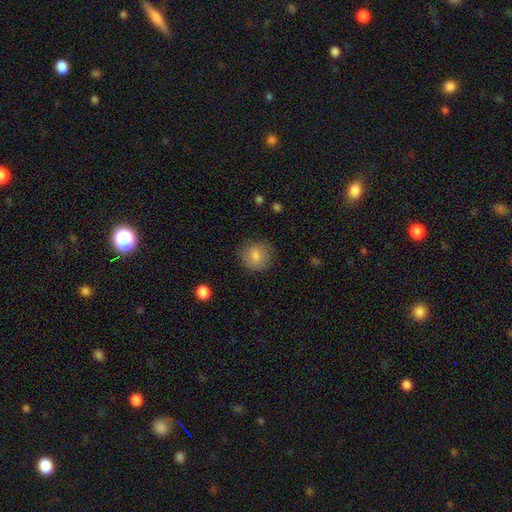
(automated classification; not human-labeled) A smooth galaxy with no disk features (81%) that is round (88%).

Vote fractions:
- Smooth or featured? smooth: 81% / featured or disk: 11% / star or artifact: 8%
- How rounded? round: 88% / in between: 11% / cigar-shaped: 1%
- Merging? none: 82% / minor disturbance: 13% / major disturbance: 4% / merger: 1%